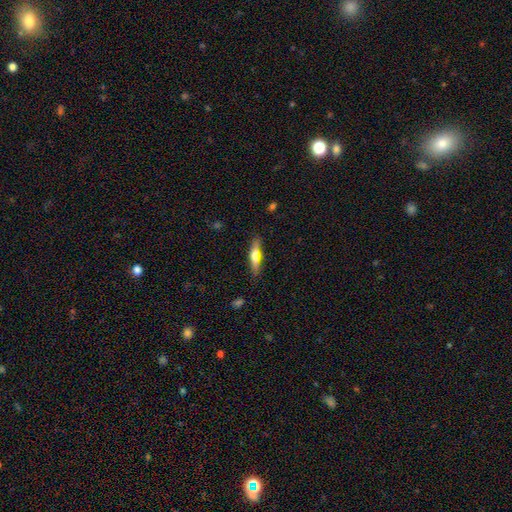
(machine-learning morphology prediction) Q: Smooth or featured?
A: smooth (52%); runner-up: featured or disk (41%)
Q: How rounded?
A: cigar-shaped (77%); runner-up: in between (21%)
Q: Merging?
A: none (84%); runner-up: minor disturbance (11%)